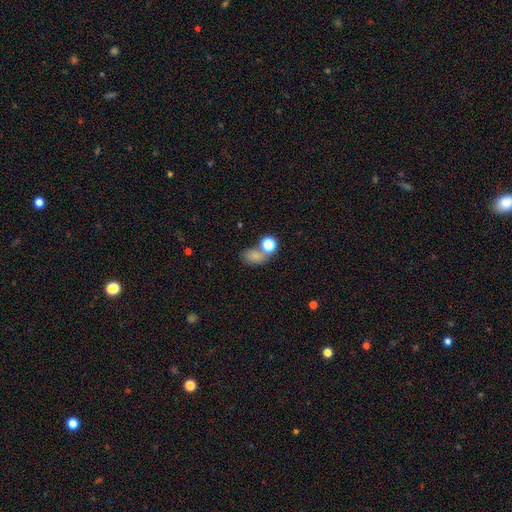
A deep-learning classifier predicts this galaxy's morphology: Smooth or featured?
  - smooth: 76% *
  - star or artifact: 15%
  - featured or disk: 9%
How rounded?
  - in between: 69% *
  - round: 29%
  - cigar-shaped: 2%
Merging?
  - none: 44% *
  - merger: 34%
  - minor disturbance: 14%
  - major disturbance: 8%